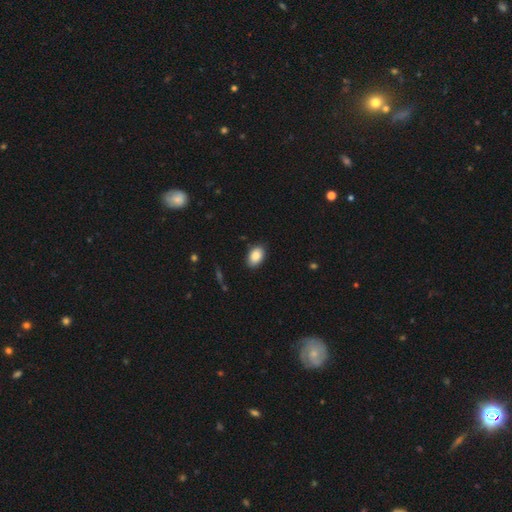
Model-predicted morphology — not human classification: Overall: smooth (87%). How rounded: in between (90%). Merging: none (87%).